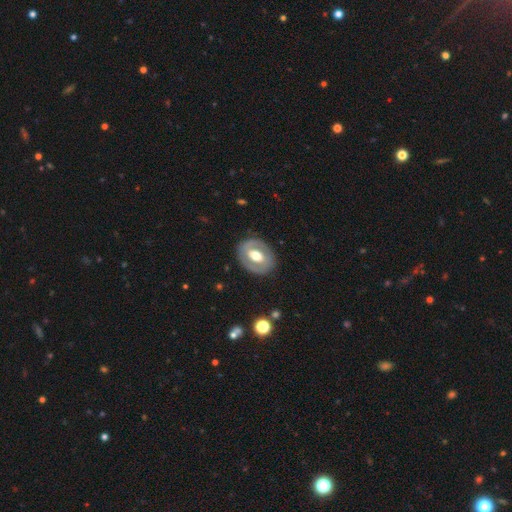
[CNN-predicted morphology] Smooth or featured? featured or disk (54%)
Edge-on disk? no (94%)
Bar? no (50%)
Spiral arms? no (79%)
Bulge size? moderate (64%)
Merging? none (83%)